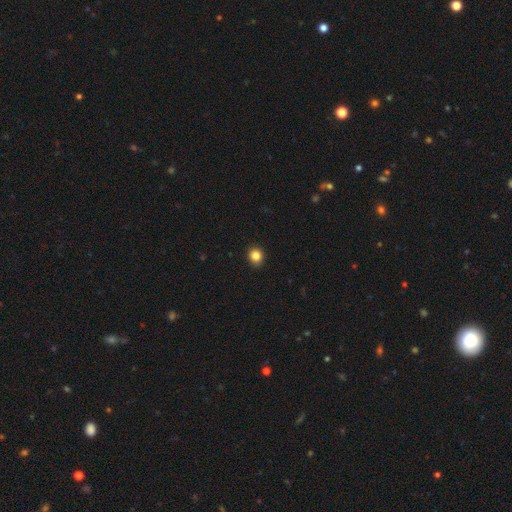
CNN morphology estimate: This appears to be a smooth galaxy with no disk features (85%) that is round (79%). Merging: none (91%).